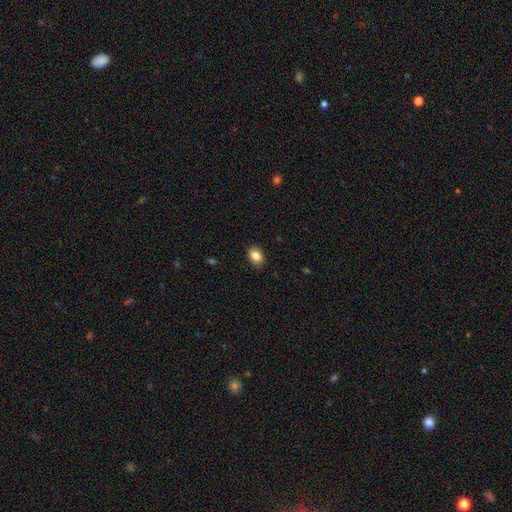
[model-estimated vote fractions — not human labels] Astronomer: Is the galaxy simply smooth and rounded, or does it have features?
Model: smooth — 86%.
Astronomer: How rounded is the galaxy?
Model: in between — 70%.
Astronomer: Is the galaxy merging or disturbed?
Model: none — 89%.